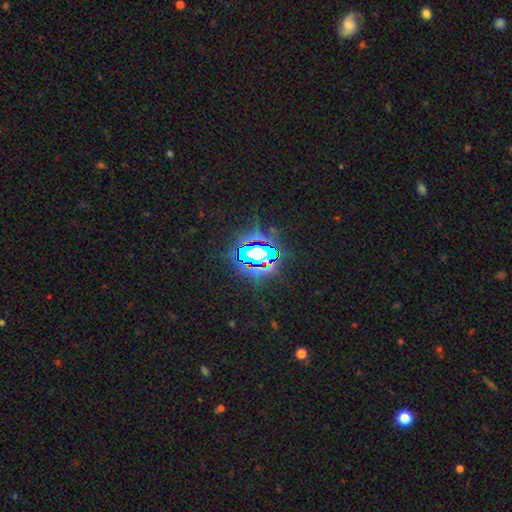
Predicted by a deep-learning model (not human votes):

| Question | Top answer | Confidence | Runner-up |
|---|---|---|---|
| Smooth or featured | star or artifact | 83% | smooth (10%) |